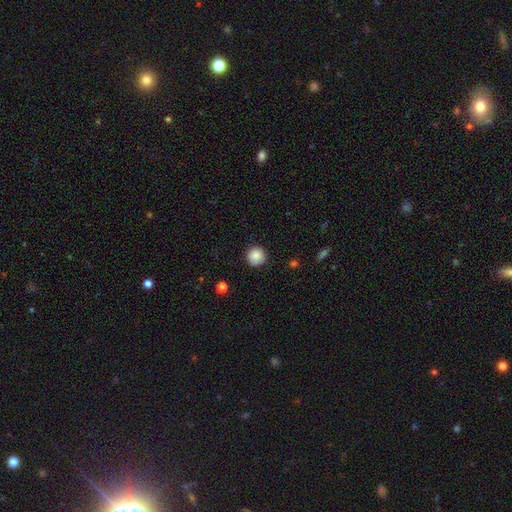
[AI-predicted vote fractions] Q: Smooth or featured?
A: smooth (88%); runner-up: star or artifact (9%)
Q: How rounded?
A: round (95%); runner-up: in between (4%)
Q: Merging?
A: none (90%); runner-up: minor disturbance (7%)